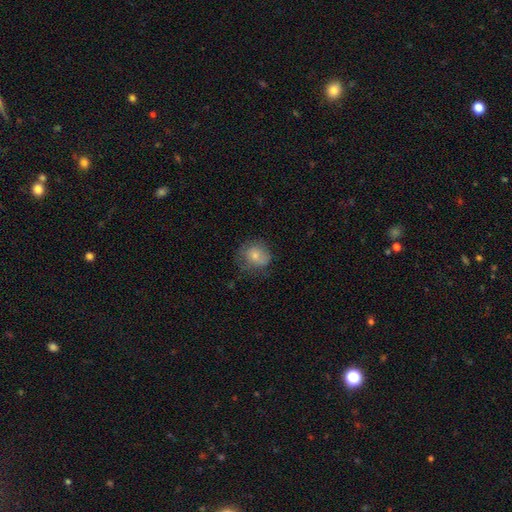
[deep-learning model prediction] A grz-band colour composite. It shows a smooth galaxy with no disk features (74%) that is round (76%). Merging: none (58%).